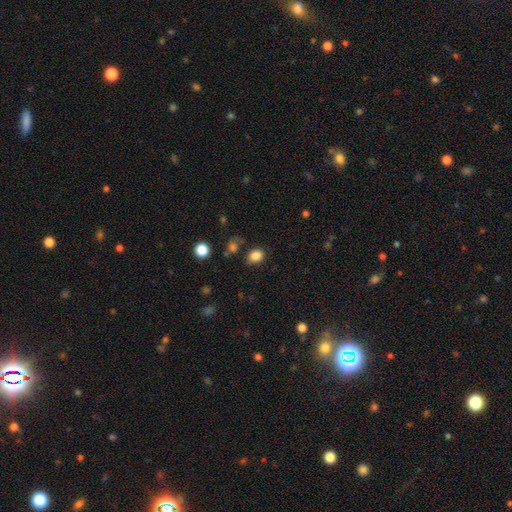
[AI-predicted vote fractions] Smooth or featured: smooth — 84% (star or artifact — 11%)
How rounded: in between — 57% (round — 42%)
Merging: none — 75% (minor disturbance — 16%)